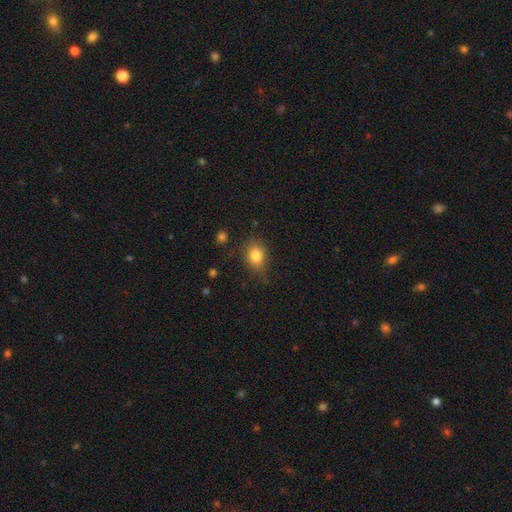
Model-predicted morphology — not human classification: Smooth or featured?
  - smooth: 82% *
  - star or artifact: 10%
  - featured or disk: 8%
How rounded?
  - in between: 65% *
  - round: 33%
  - cigar-shaped: 2%
Merging?
  - none: 72% *
  - minor disturbance: 20%
  - major disturbance: 5%
  - merger: 2%